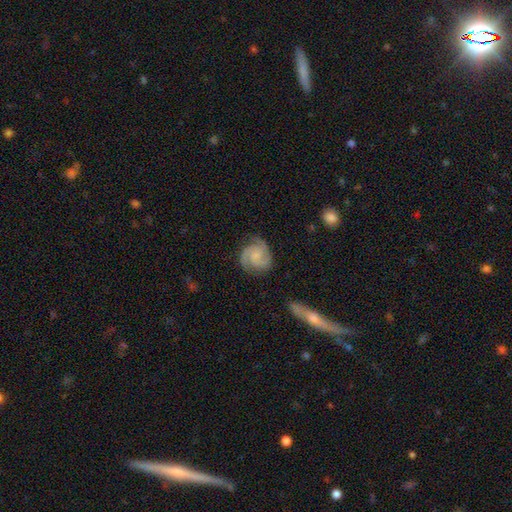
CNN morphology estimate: A featured or disk galaxy (84%) with no bar (64%), 2 (57%) tight (49%) spiral arms (98%) and a small central bulge (37%). Merging: none (78%).